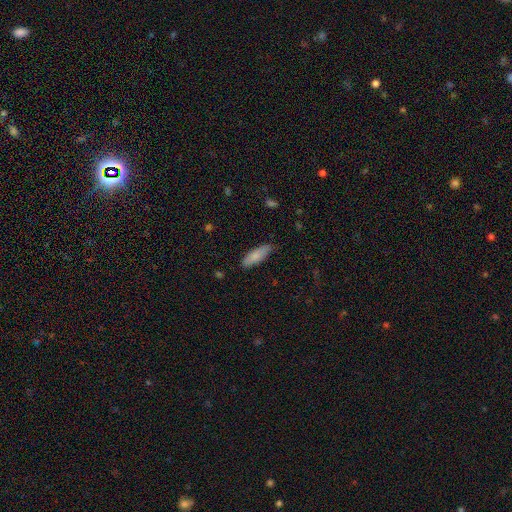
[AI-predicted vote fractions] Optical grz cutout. It shows a smooth galaxy with no disk features (84%) that is in between round and cigar-shaped (53%). Merging: none (78%).